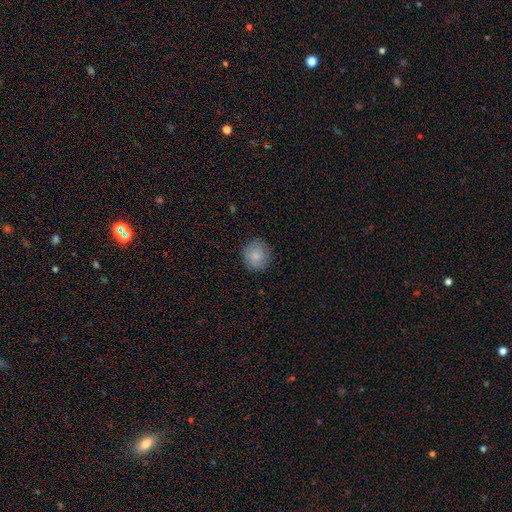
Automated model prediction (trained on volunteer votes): smooth_or_featured: smooth (p=0.80) [alt: featured or disk p=0.12]
how_rounded: round (p=0.90) [alt: in between p=0.09]
merging: none (p=0.85) [alt: minor disturbance p=0.11]